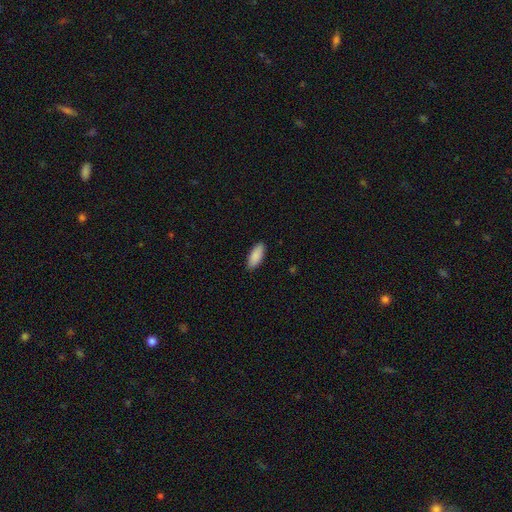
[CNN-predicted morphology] Q: Smooth or featured?
A: smooth (90%); runner-up: star or artifact (6%)
Q: How rounded?
A: in between (81%); runner-up: cigar-shaped (18%)
Q: Merging?
A: none (89%); runner-up: minor disturbance (9%)